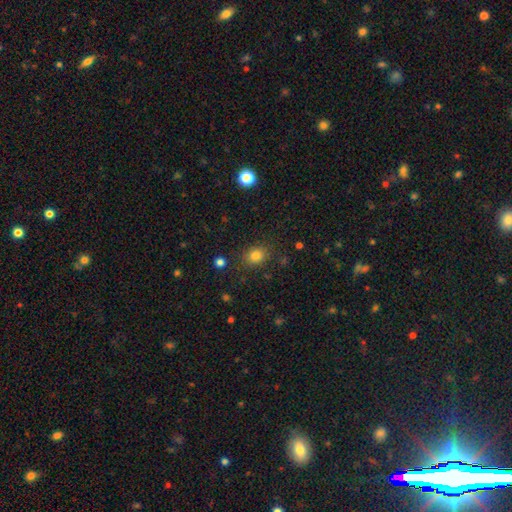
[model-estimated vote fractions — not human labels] Q: Smooth or featured?
A: smooth (82%); runner-up: star or artifact (13%)
Q: How rounded?
A: round (57%); runner-up: in between (42%)
Q: Merging?
A: none (83%); runner-up: minor disturbance (11%)